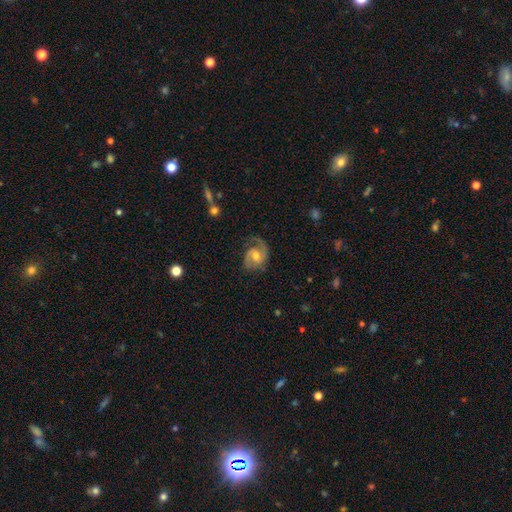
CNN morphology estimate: This appears to be a featured or disk galaxy (85%) with no bar (49%), 2 (74%) medium (50%) spiral arms (96%) and a moderate central bulge (65%). Merging: none (67%).